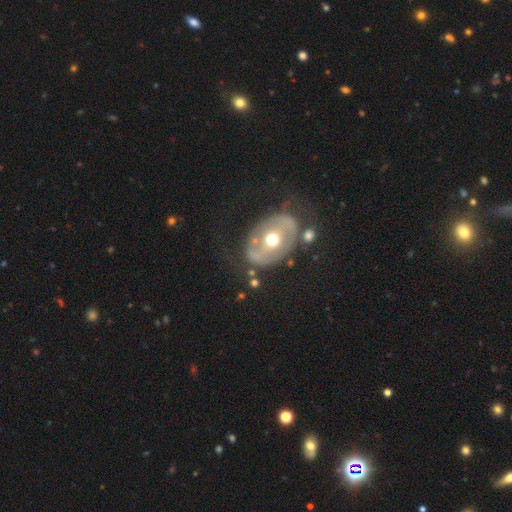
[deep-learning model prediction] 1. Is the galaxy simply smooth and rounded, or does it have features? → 68% featured or disk, 25% smooth, 6% star or artifact.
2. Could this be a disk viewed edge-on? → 94% no, 6% yes.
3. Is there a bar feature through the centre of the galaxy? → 55% no, 25% weak, 20% strong.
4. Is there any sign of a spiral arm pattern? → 64% no, 36% yes.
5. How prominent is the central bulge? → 78% moderate, 10% small, 9% large, 1% dominant, 1% none.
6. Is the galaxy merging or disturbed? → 68% none, 17% minor disturbance, 10% major disturbance, 4% merger.